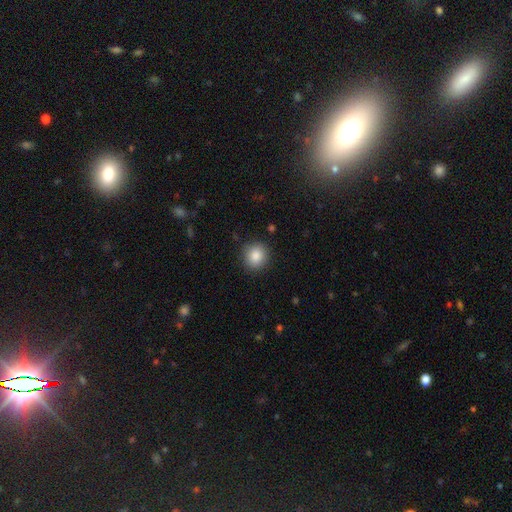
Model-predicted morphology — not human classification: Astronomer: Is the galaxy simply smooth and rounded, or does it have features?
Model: smooth — 87%.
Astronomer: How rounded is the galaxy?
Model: round — 87%.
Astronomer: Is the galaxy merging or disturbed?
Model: none — 89%.